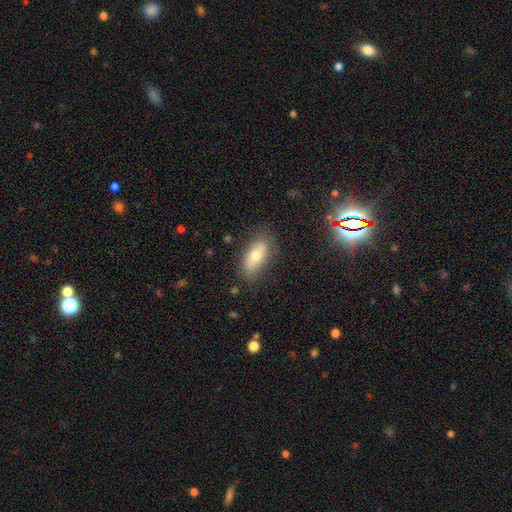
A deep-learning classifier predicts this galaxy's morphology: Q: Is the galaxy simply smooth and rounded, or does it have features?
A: smooth — 64%.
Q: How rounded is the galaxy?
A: in between — 84%.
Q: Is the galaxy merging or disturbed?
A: none — 80%.